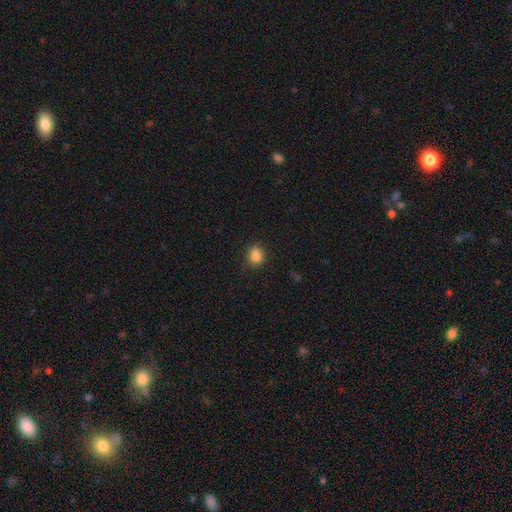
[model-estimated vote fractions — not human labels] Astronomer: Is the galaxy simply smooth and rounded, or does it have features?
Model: smooth — 84%.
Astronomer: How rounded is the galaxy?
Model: round — 54% (runner-up: in between, 45%).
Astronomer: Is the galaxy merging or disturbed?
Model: none — 74%.